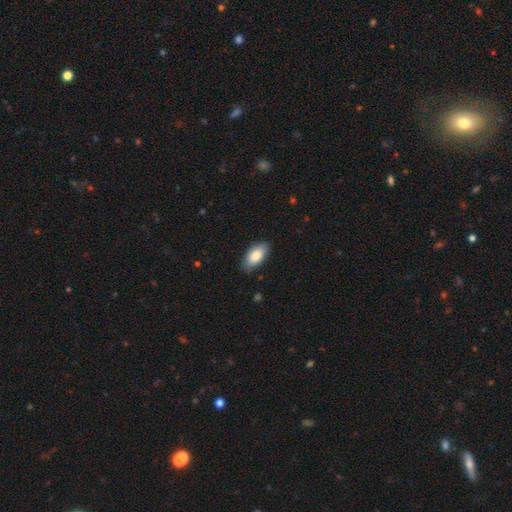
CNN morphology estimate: Smooth or featured: smooth — 83% (featured or disk — 11%)
How rounded: in between — 92% (cigar-shaped — 6%)
Merging: none — 84% (minor disturbance — 13%)